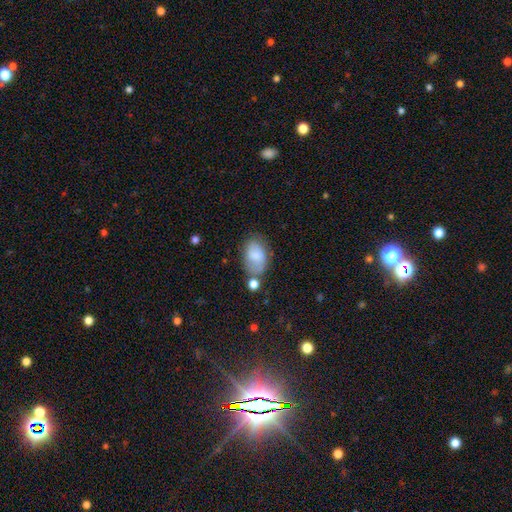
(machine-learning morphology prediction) Smooth or featured: smooth — 78% (featured or disk — 15%)
How rounded: in between — 89% (round — 9%)
Merging: none — 56% (minor disturbance — 25%)